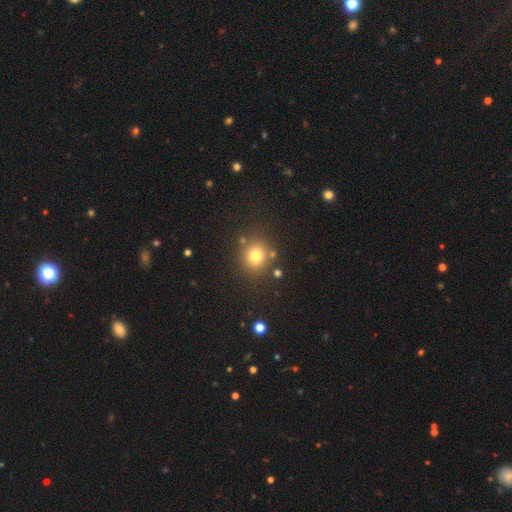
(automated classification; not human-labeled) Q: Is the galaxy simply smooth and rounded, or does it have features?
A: smooth — 76%.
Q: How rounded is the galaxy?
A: round — 83%.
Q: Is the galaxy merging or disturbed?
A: none — 80%.